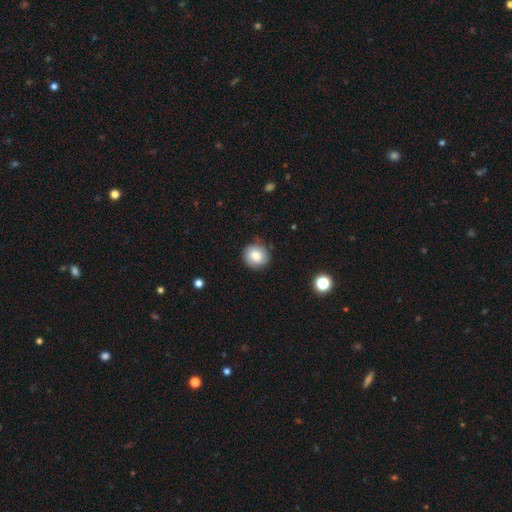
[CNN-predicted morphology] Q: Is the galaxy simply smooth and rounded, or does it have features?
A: smooth — 77%.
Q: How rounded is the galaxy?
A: round — 89%.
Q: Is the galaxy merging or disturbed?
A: none — 82%.